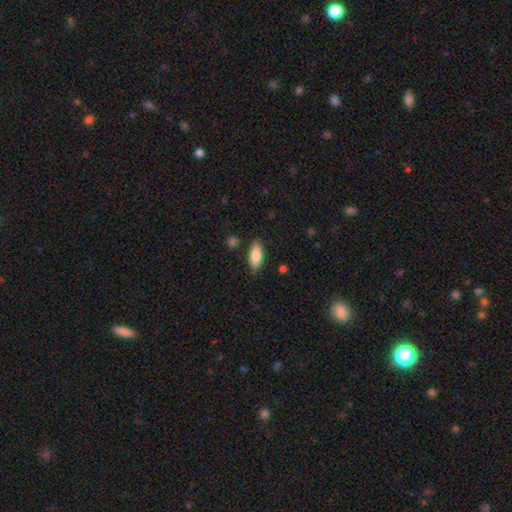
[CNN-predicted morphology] smooth 82%, featured or disk 12%, star or artifact 7%. Down the decision tree: how rounded — in between (80%); merging — none (82%).